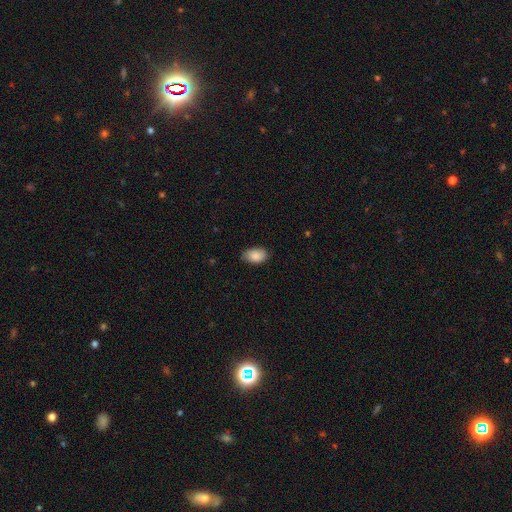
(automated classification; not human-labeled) Overall: smooth (88%). How rounded: in between (92%). Merging: none (80%).